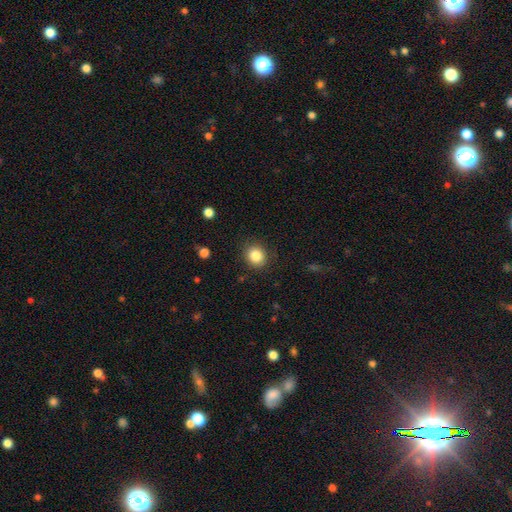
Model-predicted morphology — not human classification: Overall: smooth (85%). How rounded: round (79%). Merging: none (88%).